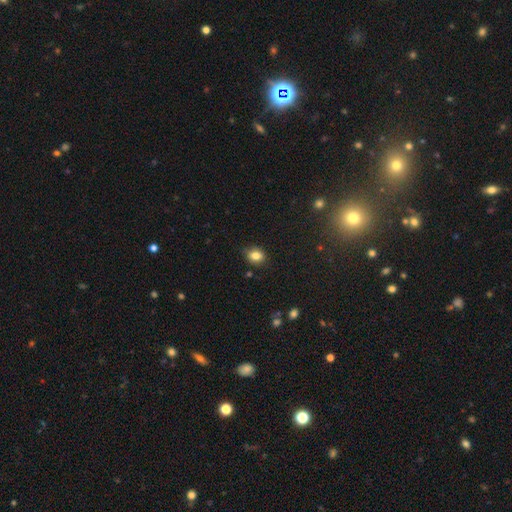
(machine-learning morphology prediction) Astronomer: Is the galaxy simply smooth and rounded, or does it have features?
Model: smooth — 82%.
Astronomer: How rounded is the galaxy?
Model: round — 50% (runner-up: in between, 49%).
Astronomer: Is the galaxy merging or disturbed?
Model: none — 79%.